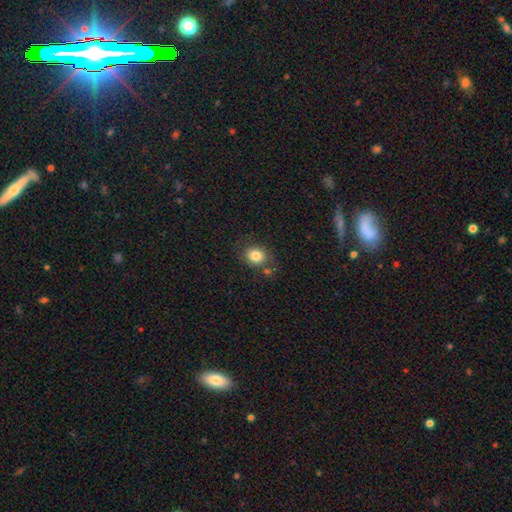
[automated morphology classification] A smooth galaxy with no disk features (82%) that is round (66%).

Vote fractions:
- Smooth or featured? smooth: 82% / star or artifact: 10% / featured or disk: 8%
- How rounded? round: 66% / in between: 33% / cigar-shaped: 1%
- Merging? none: 71% / minor disturbance: 14% / merger: 10% / major disturbance: 5%